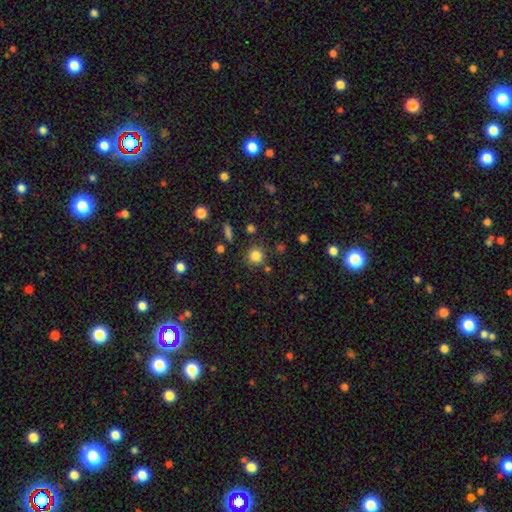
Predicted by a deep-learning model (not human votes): Overall: smooth (82%). How rounded: round (91%). Merging: none (81%).